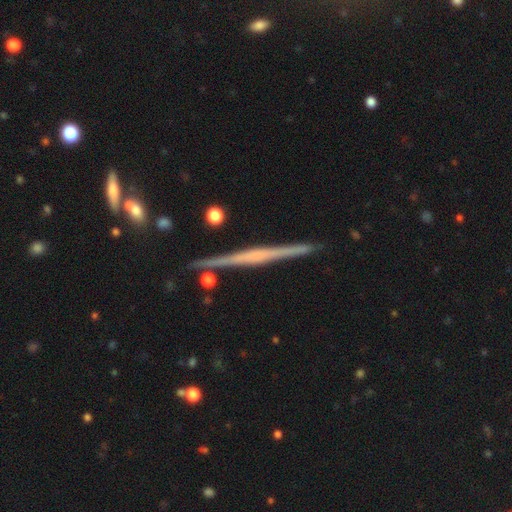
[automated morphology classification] smooth_or_featured: featured or disk (p=0.75) [alt: smooth p=0.19]
disk_edge_on: yes (p=0.98) [alt: no p=0.02]
edge_on_bulge: none (p=0.55) [alt: rounded p=0.29]
merging: none (p=0.89) [alt: minor disturbance p=0.07]